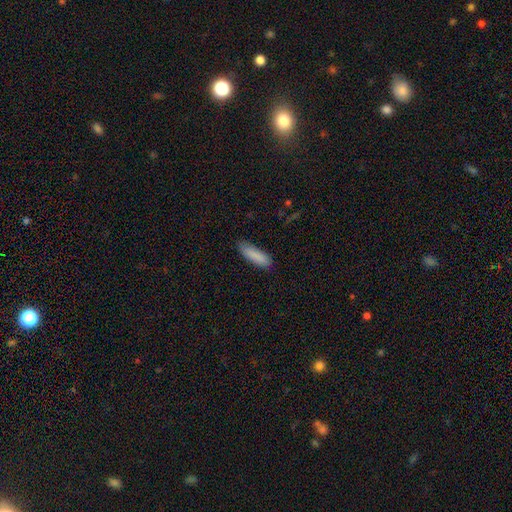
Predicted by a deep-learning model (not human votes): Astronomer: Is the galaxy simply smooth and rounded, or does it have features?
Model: smooth — 88%.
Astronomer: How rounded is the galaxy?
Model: cigar-shaped — 59% (runner-up: in between, 40%).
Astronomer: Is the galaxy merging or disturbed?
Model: none — 84%.